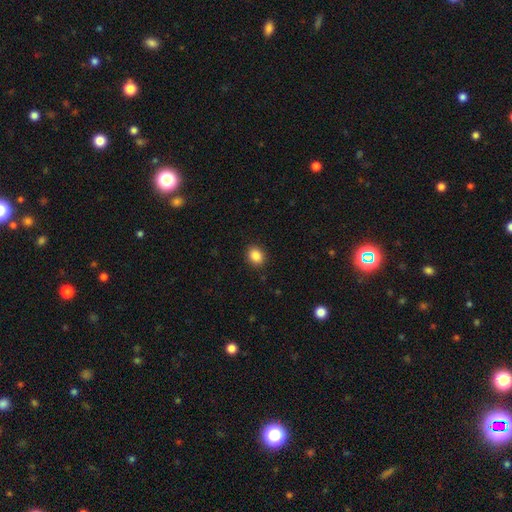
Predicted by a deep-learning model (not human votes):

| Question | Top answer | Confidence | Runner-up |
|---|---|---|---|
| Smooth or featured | smooth | 87% | star or artifact (9%) |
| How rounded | round | 51% | in between (48%) |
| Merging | none | 89% | minor disturbance (8%) |